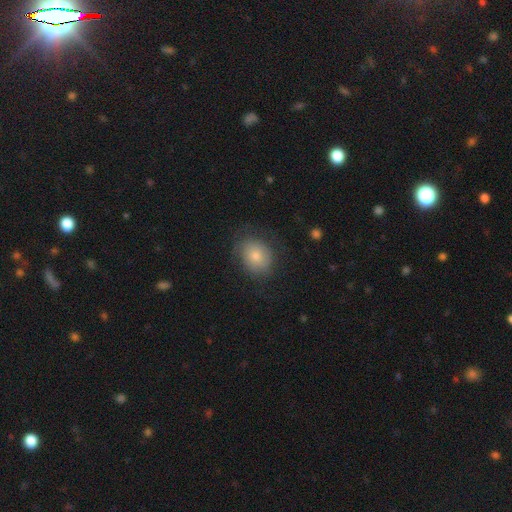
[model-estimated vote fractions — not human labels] This appears to be a smooth galaxy with no disk features (76%) that is round (55%). Merging: none (72%).